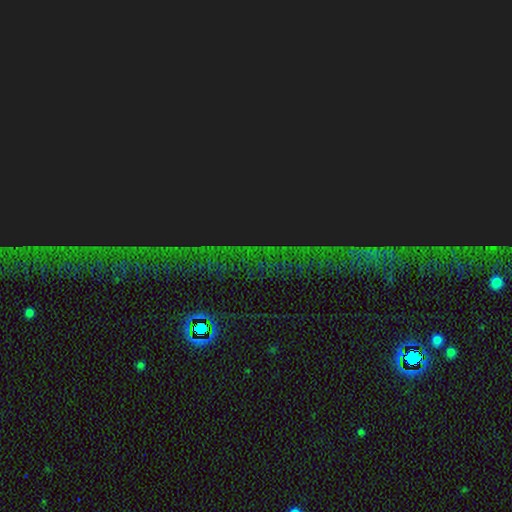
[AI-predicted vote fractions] This is clearly a star or artifact rather than a galaxy (85%).